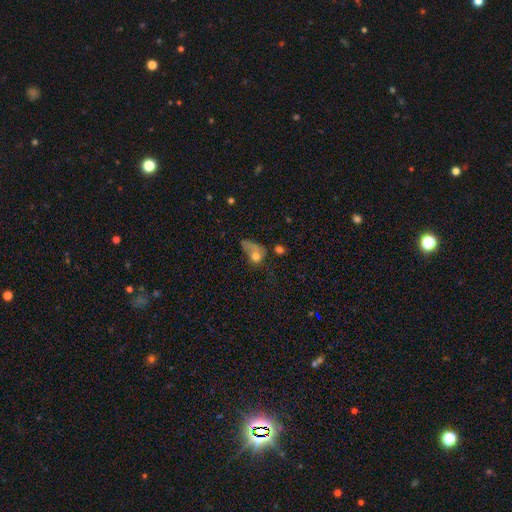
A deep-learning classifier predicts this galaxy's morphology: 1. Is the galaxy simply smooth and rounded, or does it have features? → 62% smooth, 24% featured or disk, 14% star or artifact.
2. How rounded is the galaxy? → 58% in between, 39% round, 3% cigar-shaped.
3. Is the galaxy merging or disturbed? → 41% major disturbance, 23% merger, 19% none, 17% minor disturbance.